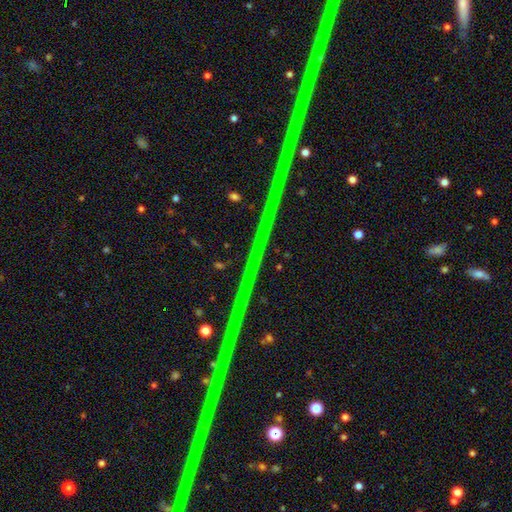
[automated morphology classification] smooth_or_featured: star or artifact (p=0.89) [alt: featured or disk p=0.07]